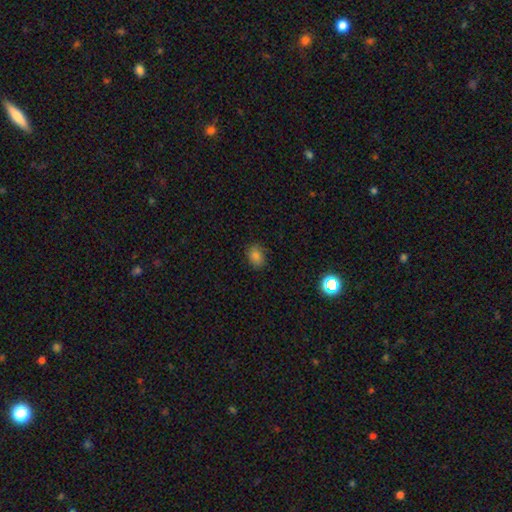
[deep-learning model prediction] This is clearly a smooth galaxy (81%). How rounded: likely in between (74%). Merging: clearly none (82%).